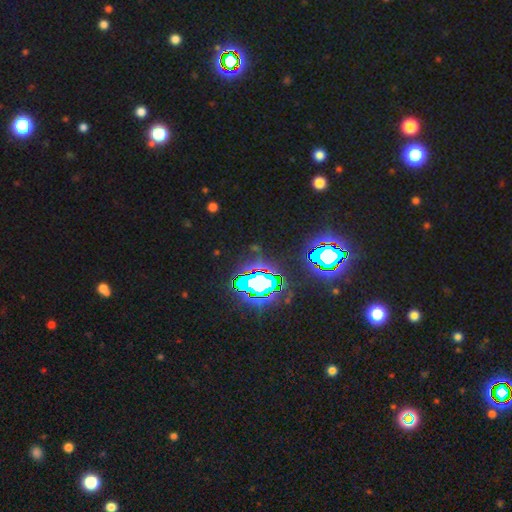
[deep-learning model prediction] Smooth or featured? Predicted: star or artifact (p=0.80).